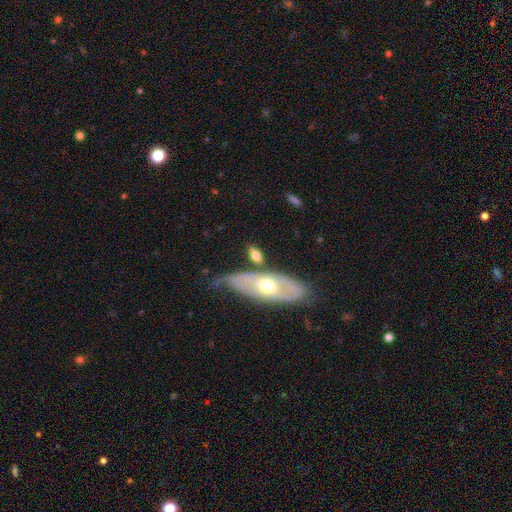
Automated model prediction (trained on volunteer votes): smooth 59%, featured or disk 36%, star or artifact 6%. Down the decision tree: how rounded — in between (71%); merging — none (60%).